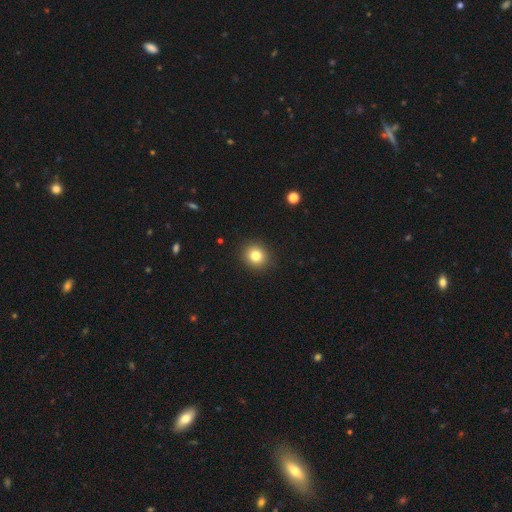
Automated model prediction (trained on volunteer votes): Overall: smooth (82%). How rounded: round (85%). Merging: none (91%).